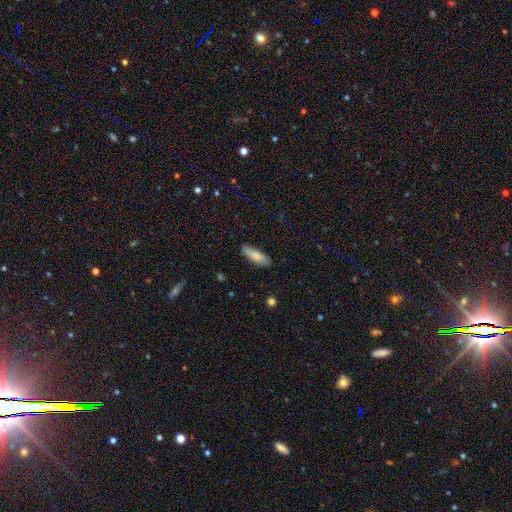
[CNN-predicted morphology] The model was most divided on "how rounded": in between: 58%, cigar-shaped: 40%, round: 2%. More confident: merging — none (85%); smooth or featured — smooth (78%).